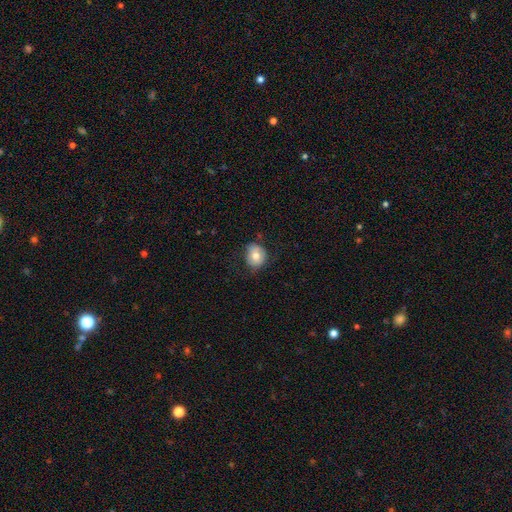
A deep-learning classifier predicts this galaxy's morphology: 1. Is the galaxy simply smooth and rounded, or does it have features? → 73% smooth, 18% featured or disk, 9% star or artifact.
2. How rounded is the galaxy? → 69% round, 30% in between, 1% cigar-shaped.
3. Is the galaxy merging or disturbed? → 64% none, 26% minor disturbance, 8% major disturbance, 1% merger.